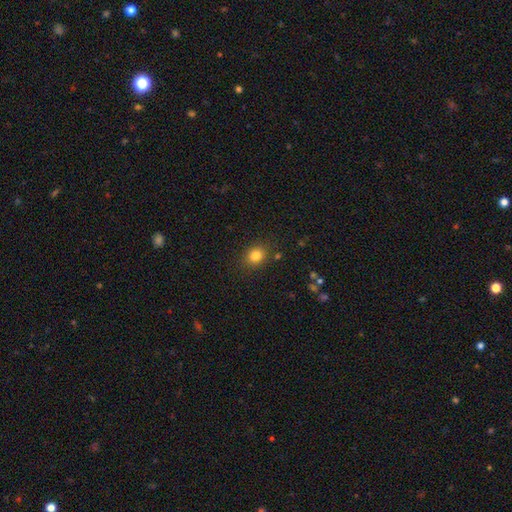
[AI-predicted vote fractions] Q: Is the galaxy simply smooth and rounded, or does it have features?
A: smooth — 82%.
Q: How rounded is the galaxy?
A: round — 68%.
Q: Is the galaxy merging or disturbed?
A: none — 85%.